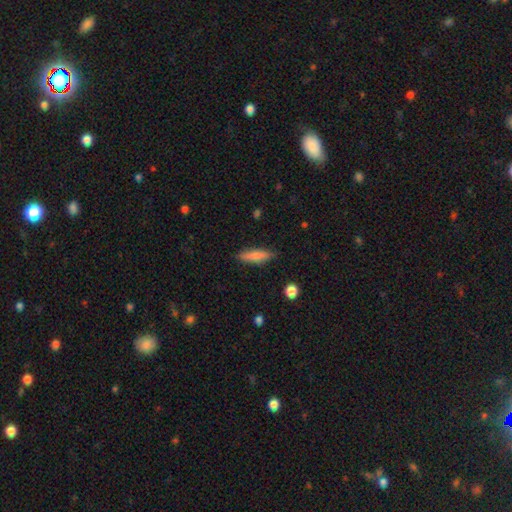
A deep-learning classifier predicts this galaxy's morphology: Smooth or featured? smooth (78%)
How rounded? cigar-shaped (74%)
Merging? none (85%)